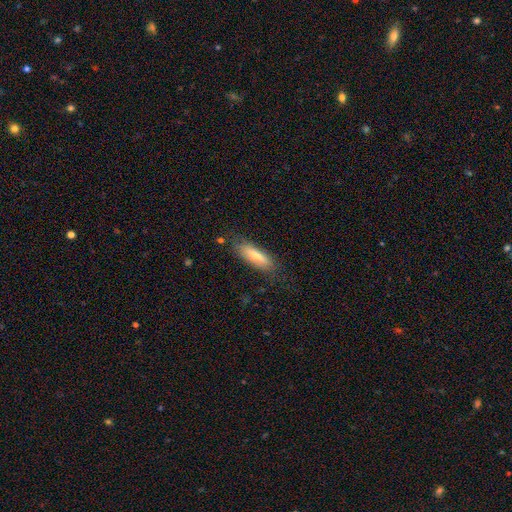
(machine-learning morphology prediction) smooth-or-featured: smooth: 67% | featured or disk: 26% | star or artifact: 7%
  how-rounded: cigar-shaped: 56% | in between: 43% | round: 2%
  merging: none: 77% | minor disturbance: 17% | major disturbance: 5% | merger: 2%